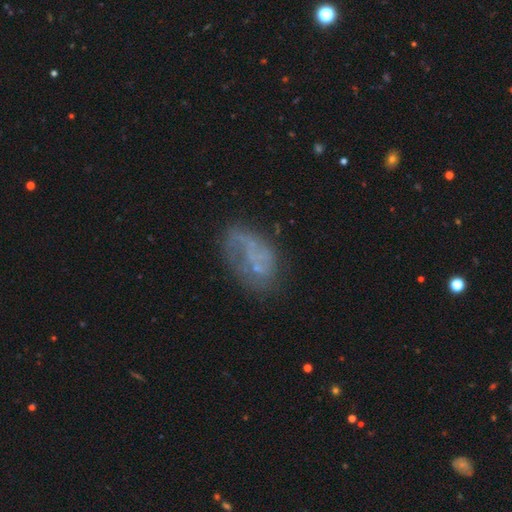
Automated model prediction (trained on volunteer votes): This appears to be a featured or disk galaxy (48%). Merging: none (50%).